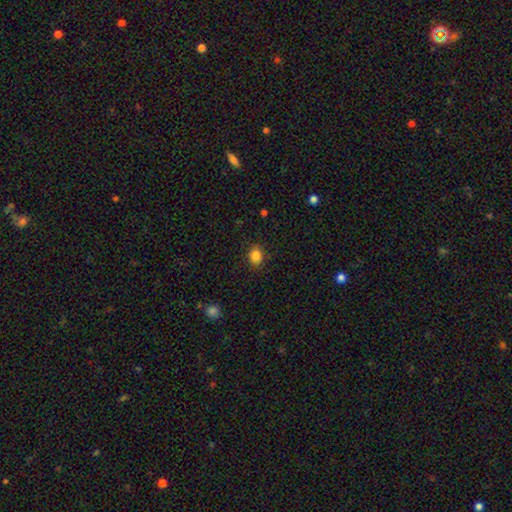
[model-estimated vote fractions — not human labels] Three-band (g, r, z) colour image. It shows a smooth galaxy with no disk features (84%) that is round (62%). Merging: none (86%).